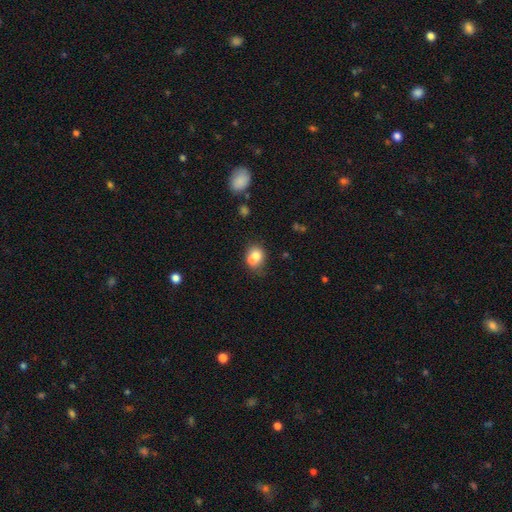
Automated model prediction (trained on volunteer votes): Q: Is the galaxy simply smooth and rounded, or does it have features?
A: smooth — 72%.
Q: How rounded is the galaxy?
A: round — 61%.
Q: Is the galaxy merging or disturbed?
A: merger — 53%.